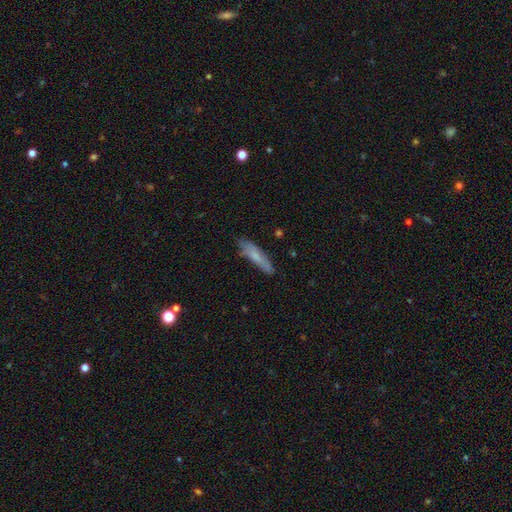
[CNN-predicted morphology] This is likely a smooth galaxy (68%). How rounded: clearly cigar-shaped (80%). Merging: likely none (74%).